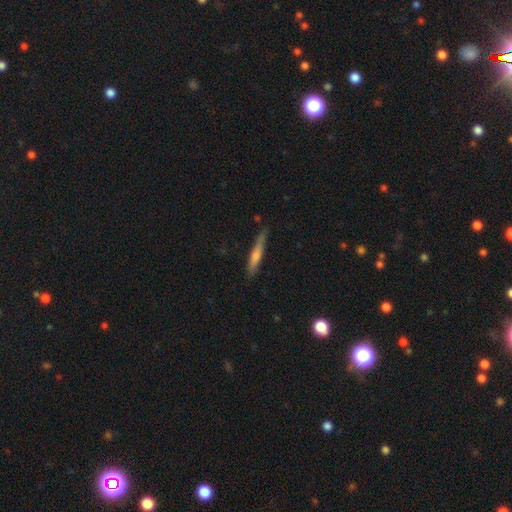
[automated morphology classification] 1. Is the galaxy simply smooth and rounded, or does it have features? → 55% smooth, 39% featured or disk, 6% star or artifact.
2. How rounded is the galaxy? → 93% cigar-shaped, 6% in between, 1% round.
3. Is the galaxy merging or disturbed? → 80% none, 15% minor disturbance, 3% major disturbance, 2% merger.